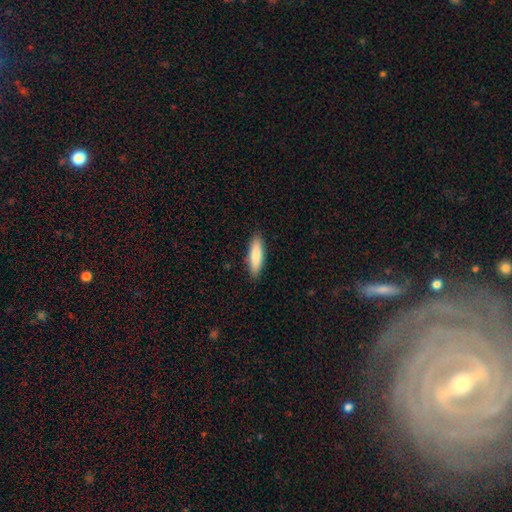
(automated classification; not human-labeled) smooth_or_featured: smooth (p=0.85) [alt: featured or disk p=0.10]
how_rounded: cigar-shaped (p=0.59) [alt: in between p=0.40]
merging: none (p=0.89) [alt: minor disturbance p=0.08]